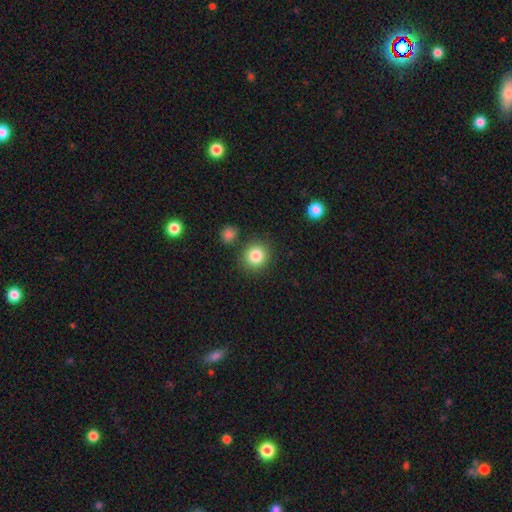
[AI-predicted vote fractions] smooth_or_featured: smooth (p=0.84) [alt: star or artifact p=0.10]
how_rounded: round (p=0.85) [alt: in between p=0.15]
merging: none (p=0.83) [alt: minor disturbance p=0.08]